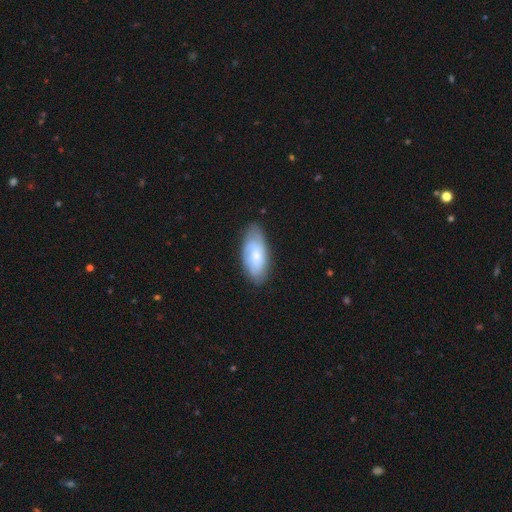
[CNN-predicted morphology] Q: Smooth or featured?
A: featured or disk (49%); runner-up: smooth (45%)
Q: Merging?
A: none (71%); runner-up: minor disturbance (22%)